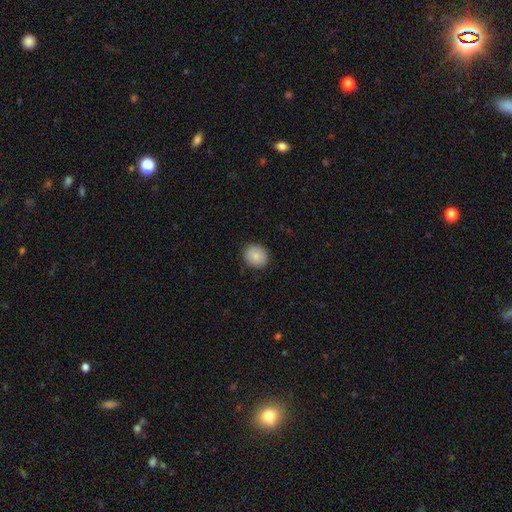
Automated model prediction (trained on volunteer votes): A smooth galaxy with no disk features (84%) that is round (75%). Merging: none (87%).